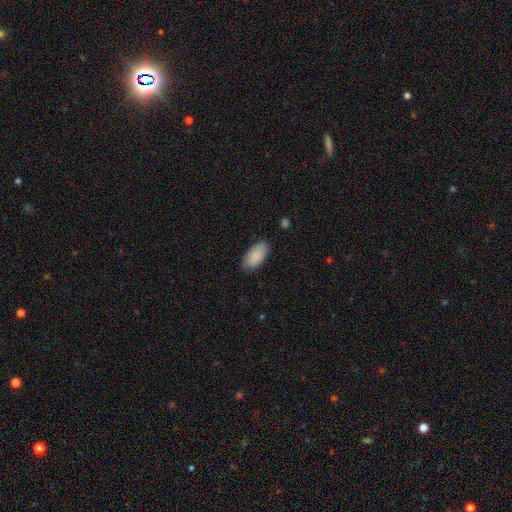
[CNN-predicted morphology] Smooth or featured?
  - smooth: 90% *
  - star or artifact: 6%
  - featured or disk: 5%
How rounded?
  - in between: 94% *
  - cigar-shaped: 4%
  - round: 2%
Merging?
  - none: 85% *
  - minor disturbance: 12%
  - major disturbance: 2%
  - merger: 1%